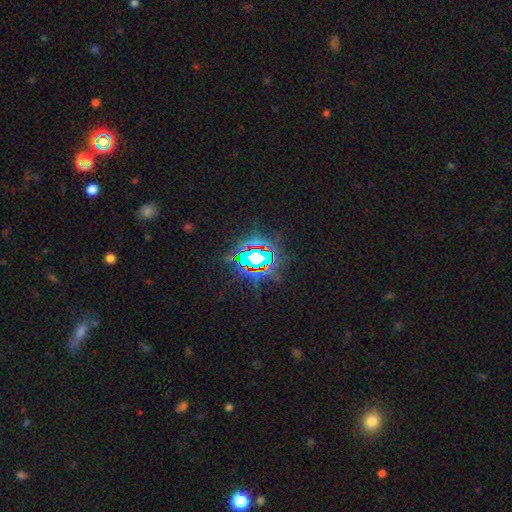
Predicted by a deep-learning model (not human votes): This is likely a star or artifact rather than a galaxy (77%).